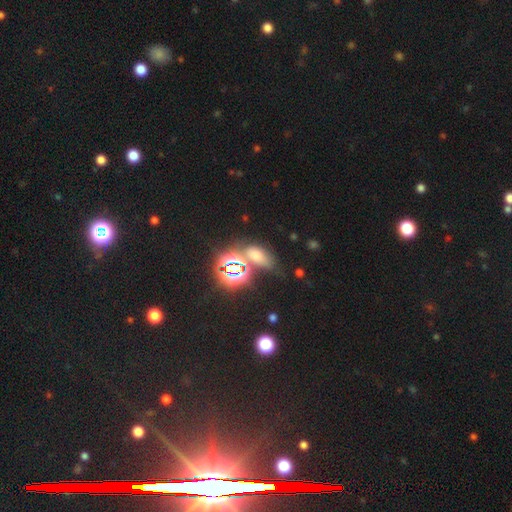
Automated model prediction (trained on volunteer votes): Morphology: type=smooth (46%); merging=none (58%).